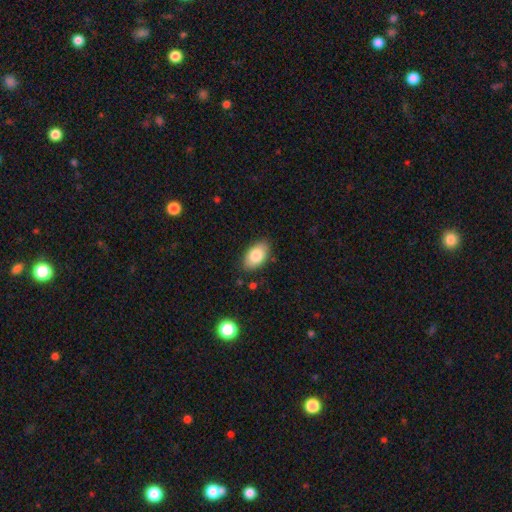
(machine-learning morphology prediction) Overall: smooth (84%). How rounded: in between (93%). Merging: none (83%).